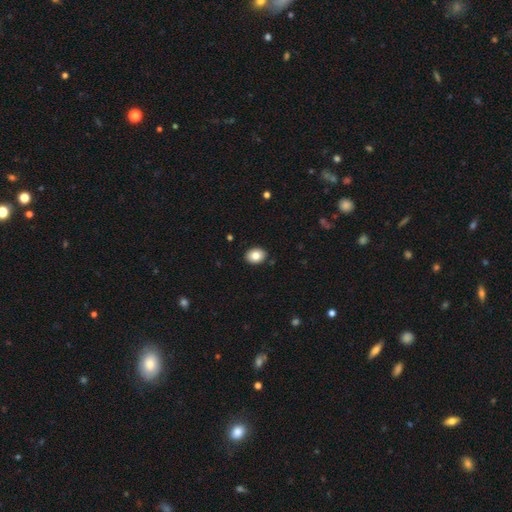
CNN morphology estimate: Overall: smooth (83%). How rounded: in between (65%; round 34%). Merging: none (89%).